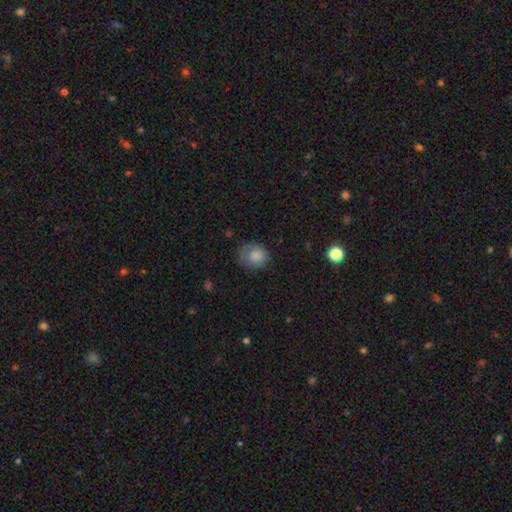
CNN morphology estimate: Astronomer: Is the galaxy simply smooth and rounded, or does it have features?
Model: smooth — 81%.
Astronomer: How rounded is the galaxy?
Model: round — 67%.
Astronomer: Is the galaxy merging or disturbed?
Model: none — 63%.